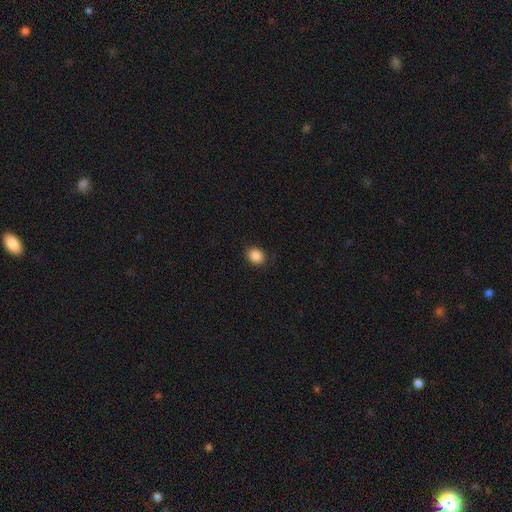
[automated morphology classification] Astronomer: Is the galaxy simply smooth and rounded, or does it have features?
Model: smooth — 88%.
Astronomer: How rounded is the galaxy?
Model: round — 58% (runner-up: in between, 41%).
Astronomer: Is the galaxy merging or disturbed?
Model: none — 87%.